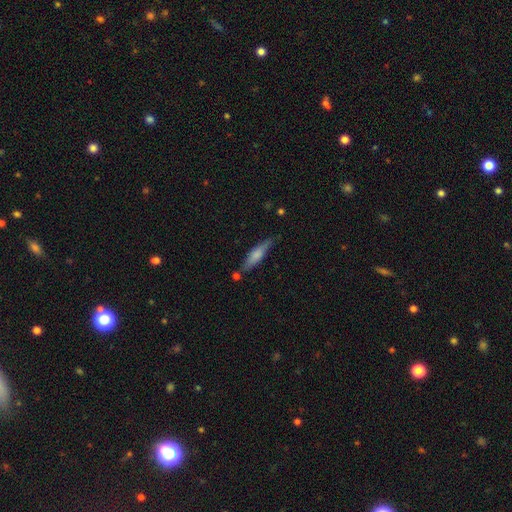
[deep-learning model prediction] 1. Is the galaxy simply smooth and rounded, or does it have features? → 63% smooth, 31% featured or disk, 6% star or artifact.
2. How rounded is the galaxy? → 75% cigar-shaped, 23% in between, 2% round.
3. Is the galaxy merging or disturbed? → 73% none, 18% minor disturbance, 6% merger, 3% major disturbance.